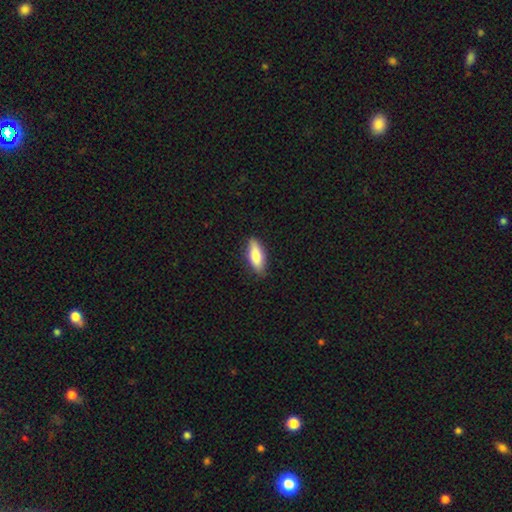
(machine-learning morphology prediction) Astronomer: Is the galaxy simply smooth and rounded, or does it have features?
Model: smooth — 78%.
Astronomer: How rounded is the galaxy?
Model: in between — 67%.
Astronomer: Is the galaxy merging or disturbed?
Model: none — 85%.